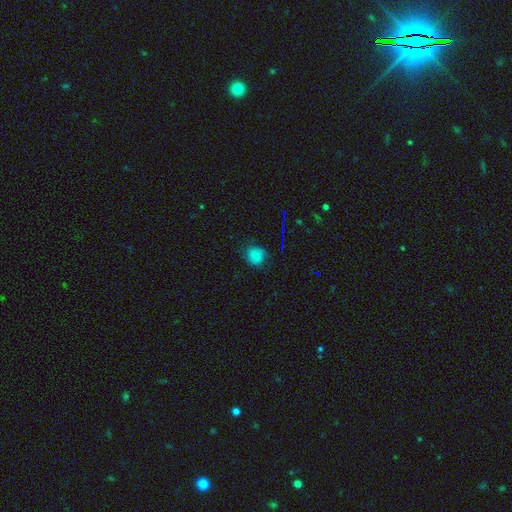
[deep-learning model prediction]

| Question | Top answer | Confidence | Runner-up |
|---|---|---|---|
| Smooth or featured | smooth | 74% | star or artifact (16%) |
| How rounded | round | 74% | in between (25%) |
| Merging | none | 72% | minor disturbance (21%) |